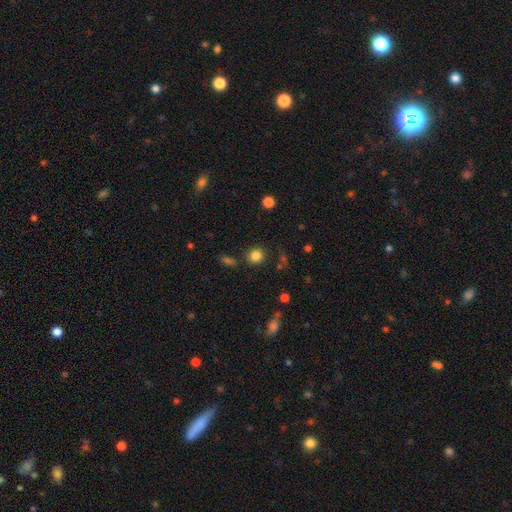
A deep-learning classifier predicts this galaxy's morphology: smooth 83%, star or artifact 12%, featured or disk 5%. Down the decision tree: how rounded — round (86%); merging — none (83%).